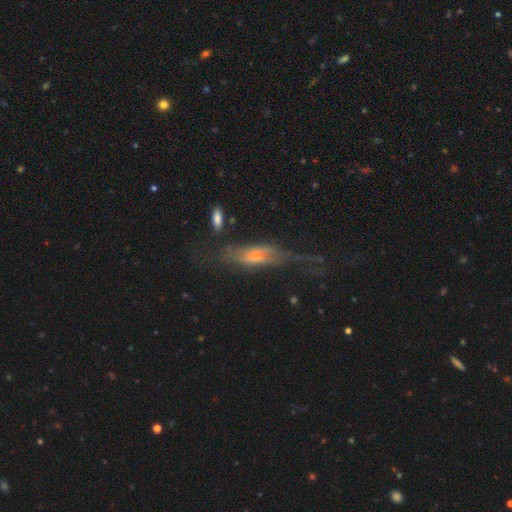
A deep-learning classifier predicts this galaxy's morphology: A featured or disk galaxy (53%) viewed edge-on (56%). Merging: none (37%).